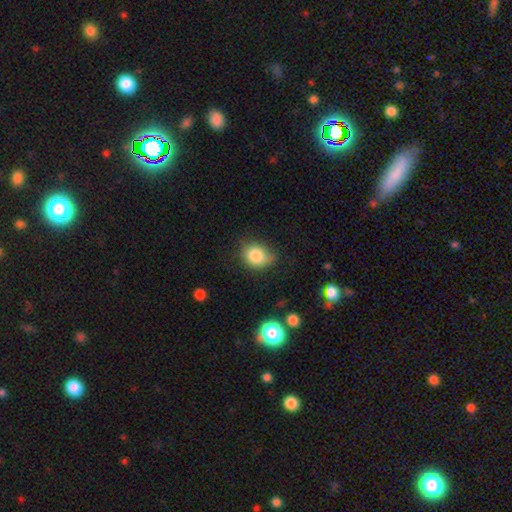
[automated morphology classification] Smooth or featured? smooth (81%)
How rounded? round (58%)
Merging? none (60%)